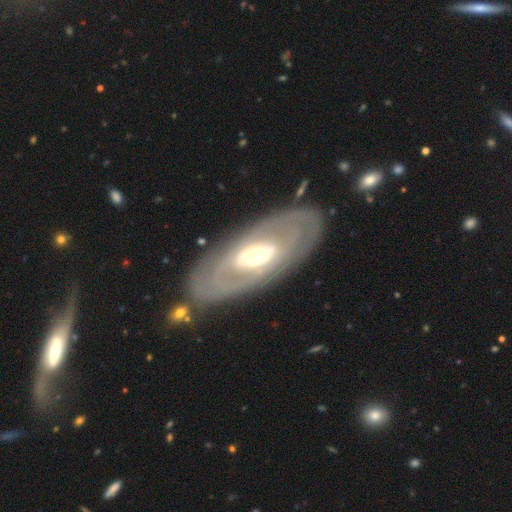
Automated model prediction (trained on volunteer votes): Q: Smooth or featured?
A: featured or disk (75%); runner-up: smooth (20%)
Q: Edge-on disk?
A: no (87%); runner-up: yes (13%)
Q: Bar?
A: no (57%); runner-up: weak (26%)
Q: Spiral arms?
A: no (58%); runner-up: yes (42%)
Q: Bulge size?
A: moderate (66%); runner-up: small (17%)
Q: Merging?
A: none (82%); runner-up: minor disturbance (11%)